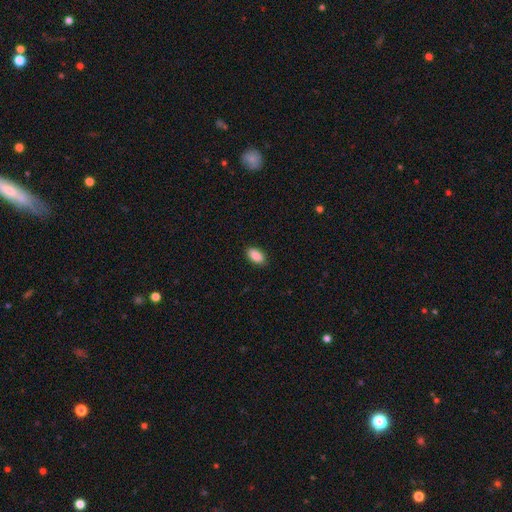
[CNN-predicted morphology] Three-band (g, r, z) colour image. It shows a smooth galaxy with no disk features (90%) that is in between round and cigar-shaped (93%). Merging: none (88%).